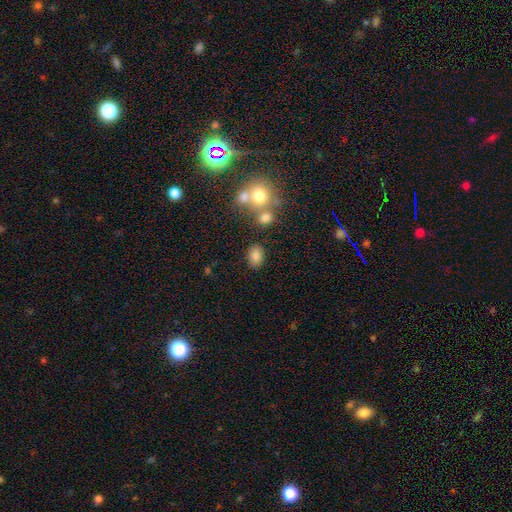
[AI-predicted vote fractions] Q: Smooth or featured?
A: smooth (80%); runner-up: star or artifact (11%)
Q: How rounded?
A: in between (72%); runner-up: round (27%)
Q: Merging?
A: none (78%); runner-up: minor disturbance (10%)